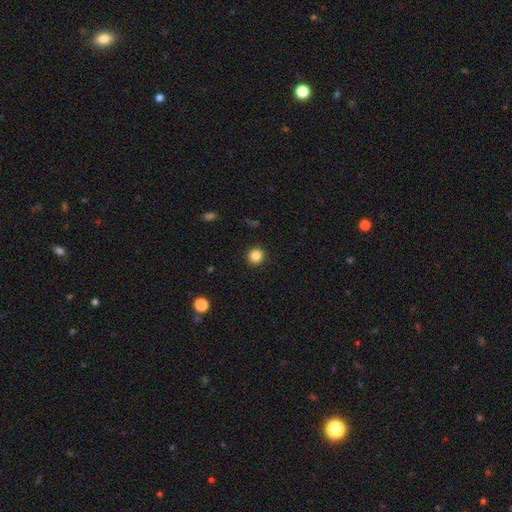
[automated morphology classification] smooth_or_featured: smooth (p=0.85) [alt: star or artifact p=0.11]
how_rounded: round (p=0.93) [alt: in between p=0.06]
merging: none (p=0.92) [alt: minor disturbance p=0.05]